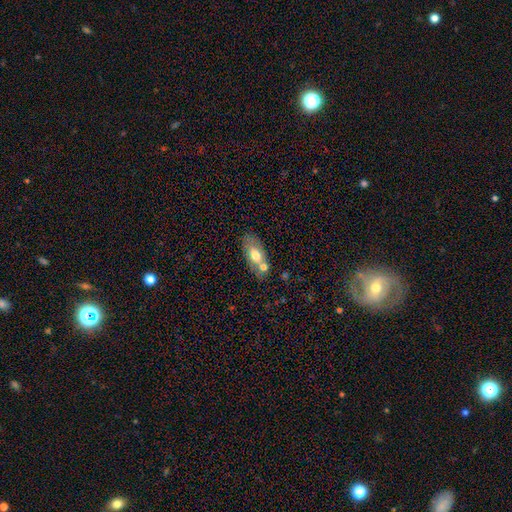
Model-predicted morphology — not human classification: This appears to be a smooth galaxy with no disk features (64%) that is in between round and cigar-shaped (86%). Merging: none (50%).